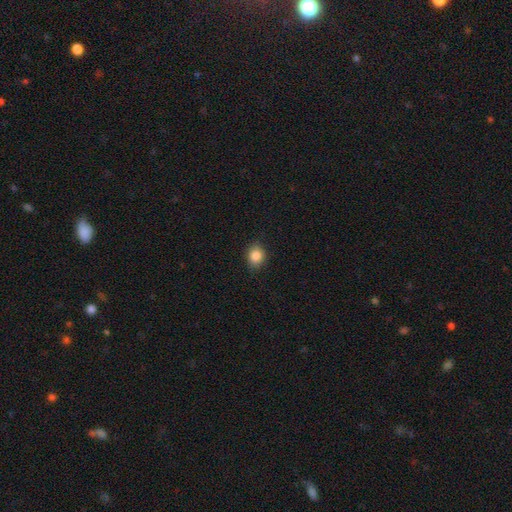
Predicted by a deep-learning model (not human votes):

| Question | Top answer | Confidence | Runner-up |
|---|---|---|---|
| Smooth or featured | smooth | 86% | star or artifact (9%) |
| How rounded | round | 53% | in between (46%) |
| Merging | none | 84% | minor disturbance (13%) |